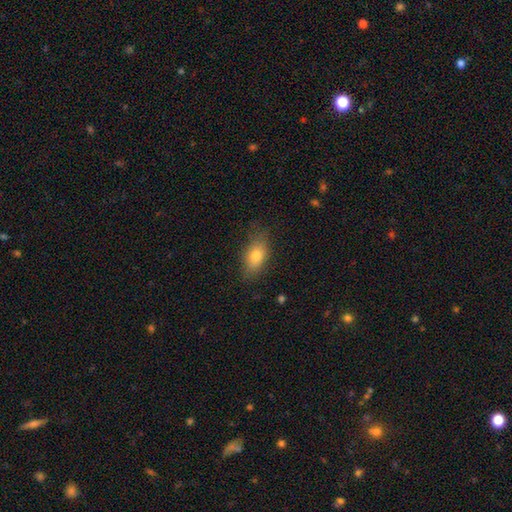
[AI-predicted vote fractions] smooth 76%, featured or disk 15%, star or artifact 9%. Down the decision tree: how rounded — in between (83%); merging — none (78%).